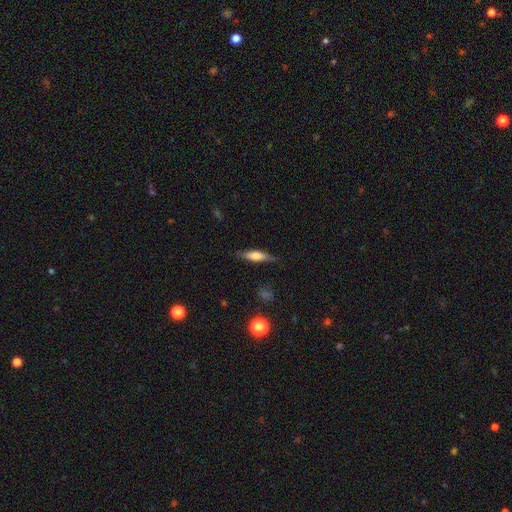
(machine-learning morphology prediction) This is possibly a smooth galaxy (57%). How rounded: likely cigar-shaped (66%). Merging: clearly none (80%).